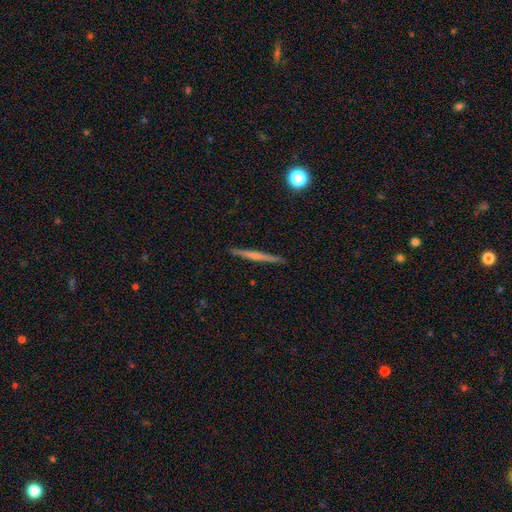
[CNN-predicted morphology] A featured or disk galaxy (57%) viewed edge-on (98%) with no central bulge (50%). Merging: none (92%).